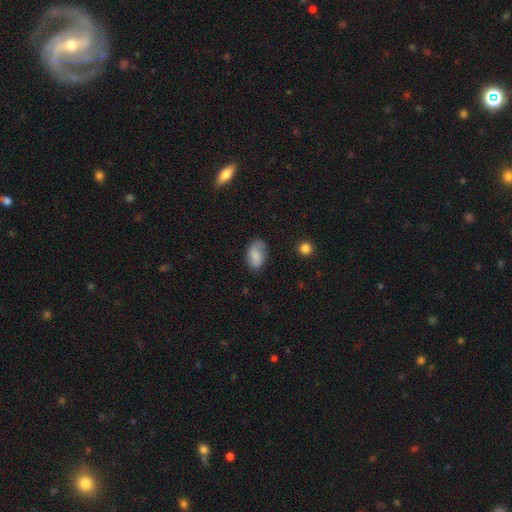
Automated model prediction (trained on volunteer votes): The model was most divided on "merging": none: 67%, minor disturbance: 24%, major disturbance: 7%, merger: 2%. More confident: how rounded — in between (90%); smooth or featured — smooth (77%).